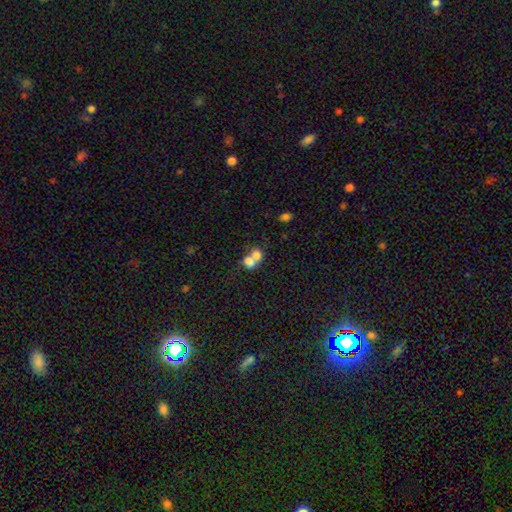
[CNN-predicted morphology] Overall: smooth (73%). How rounded: round (53%; in between 45%). Merging: merger (70%).